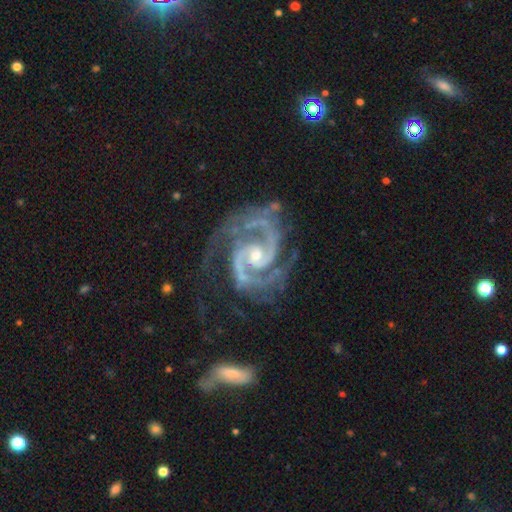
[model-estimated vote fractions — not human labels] Overall: featured or disk (94%). Edge-on disk: no (98%). Bar: no (48%; weak 36%). Spiral arms: yes (99%). Spiral arm count: 2 (88%). Spiral winding: medium (50%; tight 43%). Bulge size: small (55%; moderate 40%). Merging: none (62%).